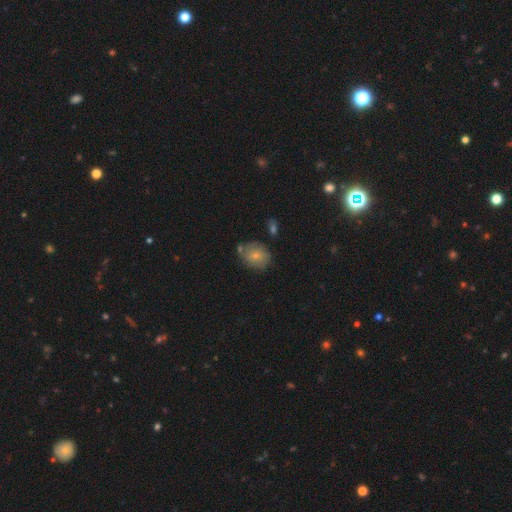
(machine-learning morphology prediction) This appears to be a smooth galaxy with no disk features (71%) that is round (62%). Merging: none (65%).